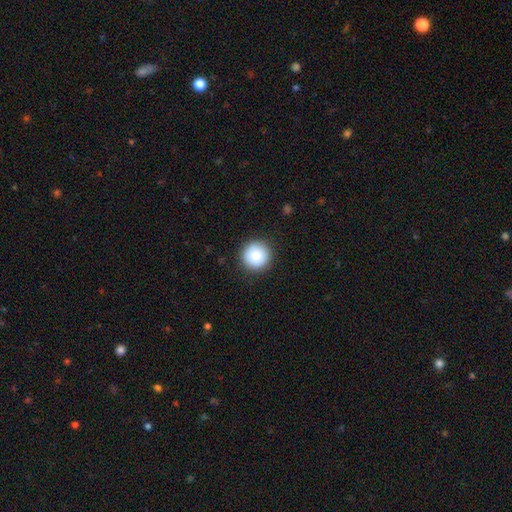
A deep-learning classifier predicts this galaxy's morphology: type=smooth (87%); roundness=round (96%); merging=none (91%).